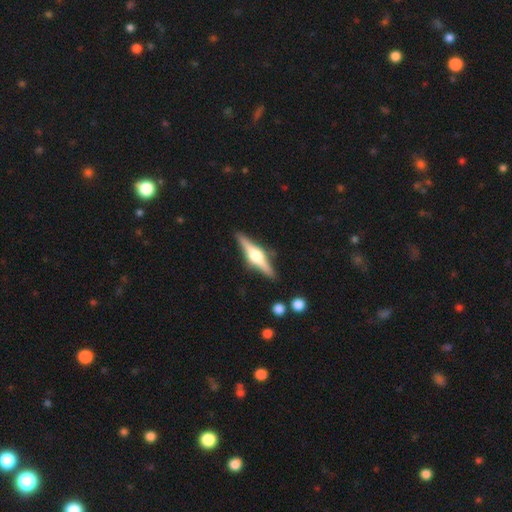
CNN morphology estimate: The model was most divided on "smooth or featured": featured or disk: 77%, smooth: 18%, star or artifact: 5%. More confident: edge-on disk — yes (98%); edge-on bulge — rounded (93%); merging — none (88%).